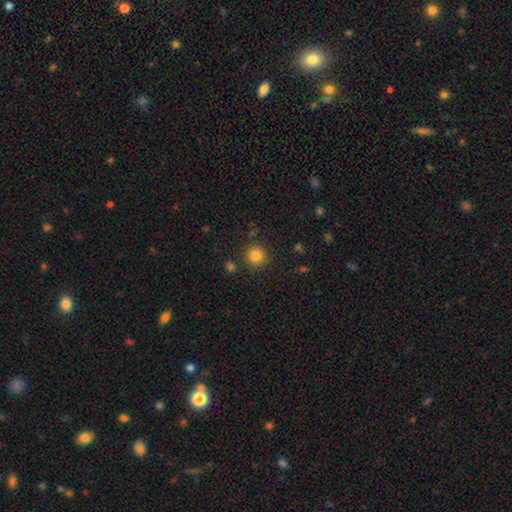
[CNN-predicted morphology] smooth_or_featured: smooth (p=0.83) [alt: star or artifact p=0.12]
how_rounded: round (p=0.94) [alt: in between p=0.05]
merging: none (p=0.87) [alt: minor disturbance p=0.07]